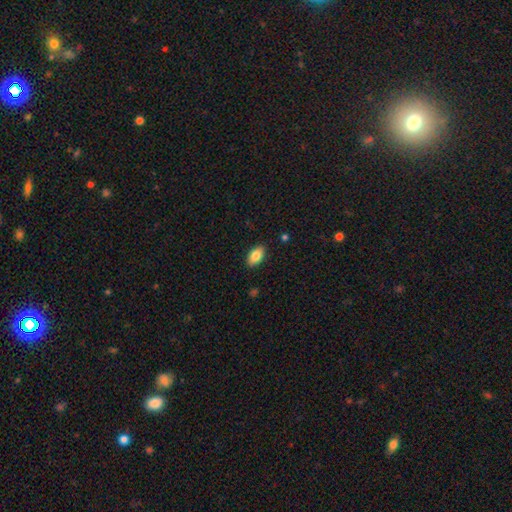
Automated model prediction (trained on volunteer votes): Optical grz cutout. It shows a smooth galaxy with no disk features (85%) that is in between round and cigar-shaped (92%). Merging: none (88%).